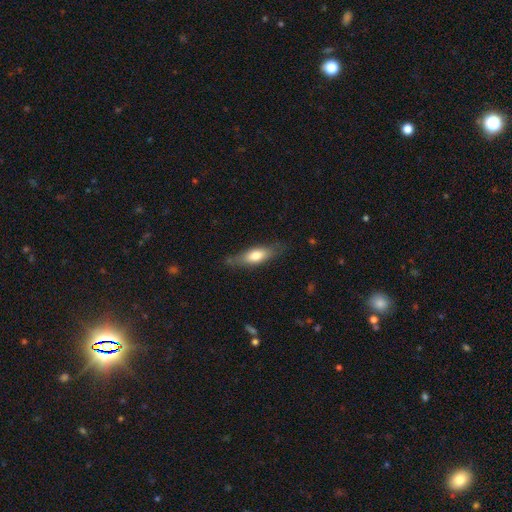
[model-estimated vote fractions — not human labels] A smooth galaxy with no disk features (66%) that is in between round and cigar-shaped (55%).

Vote fractions:
- Smooth or featured? smooth: 66% / featured or disk: 27% / star or artifact: 6%
- How rounded? in between: 55% / cigar-shaped: 43% / round: 3%
- Merging? none: 75% / minor disturbance: 19% / major disturbance: 5% / merger: 2%